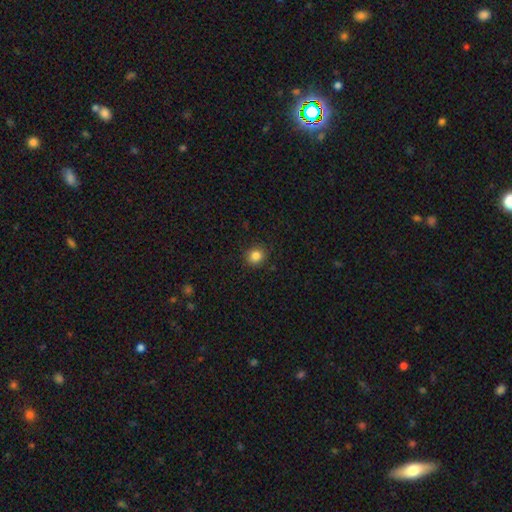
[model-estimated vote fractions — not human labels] A smooth galaxy with no disk features (84%) that is round (85%).

Vote fractions:
- Smooth or featured? smooth: 84% / star or artifact: 11% / featured or disk: 4%
- How rounded? round: 85% / in between: 14% / cigar-shaped: 1%
- Merging? none: 89% / minor disturbance: 8% / major disturbance: 2% / merger: 1%